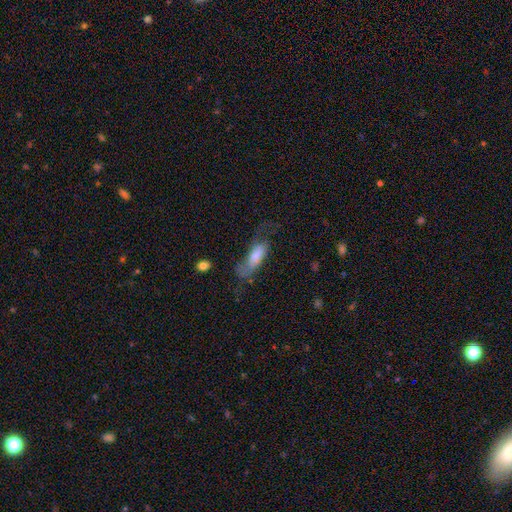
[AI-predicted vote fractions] Smooth or featured: smooth — 57% (featured or disk — 35%)
How rounded: in between — 59% (cigar-shaped — 38%)
Merging: none — 39% (major disturbance — 32%)